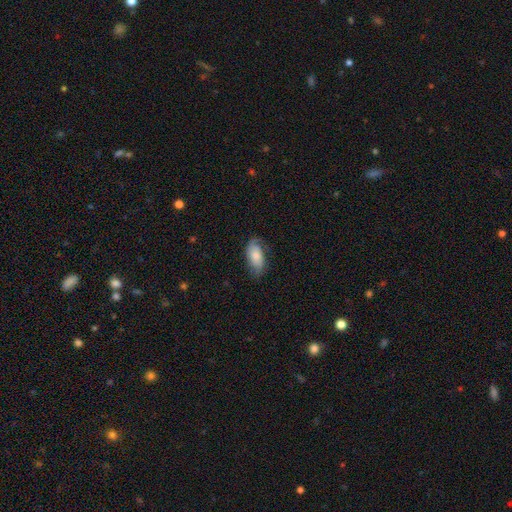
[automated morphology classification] This appears to be a smooth galaxy with no disk features (61%) that is in between round and cigar-shaped (90%). Merging: none (62%).